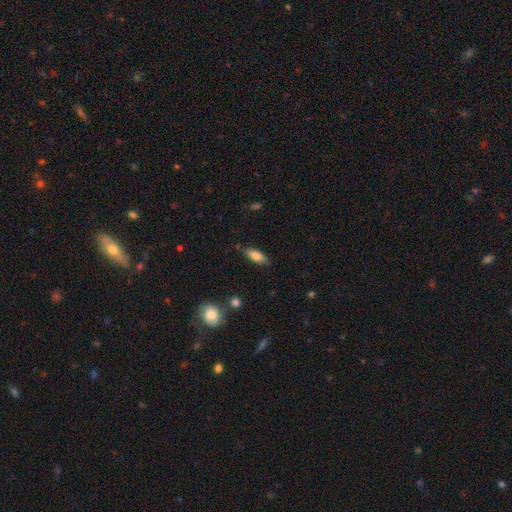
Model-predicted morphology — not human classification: smooth_or_featured: smooth (p=0.77) [alt: featured or disk p=0.16]
how_rounded: in between (p=0.77) [alt: cigar-shaped p=0.20]
merging: none (p=0.79) [alt: minor disturbance p=0.16]